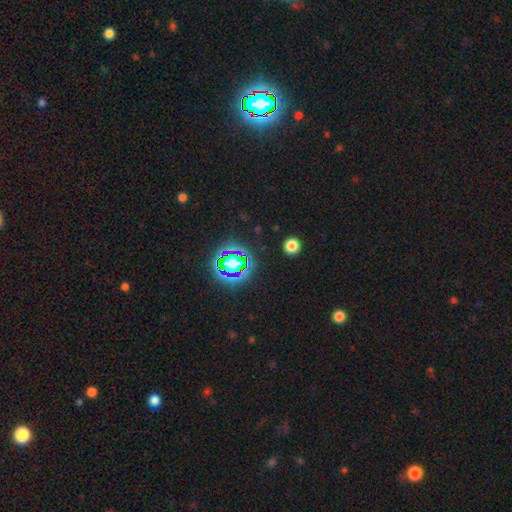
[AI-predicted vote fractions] Smooth or featured: star or artifact — 79% (smooth — 14%)